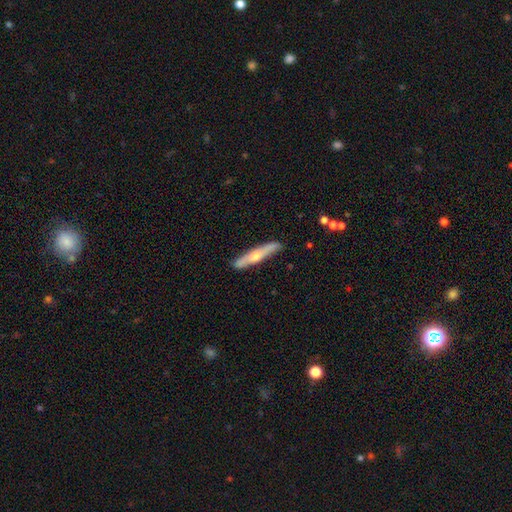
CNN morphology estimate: type=featured or disk (53%); edge-on=yes (90%); merging=none (89%).